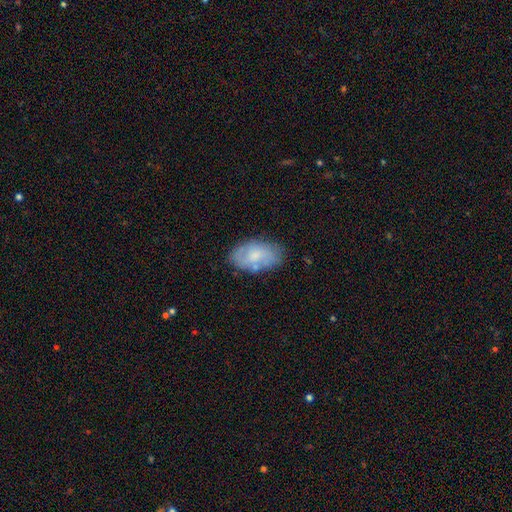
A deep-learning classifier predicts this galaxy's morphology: This appears to be a smooth galaxy with no disk features (56%) that is in between round and cigar-shaped (93%). Merging: none (69%).